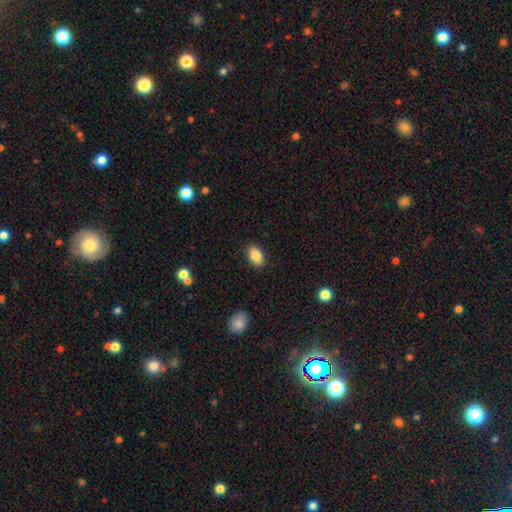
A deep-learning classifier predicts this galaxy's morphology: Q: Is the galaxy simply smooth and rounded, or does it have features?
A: smooth — 84%.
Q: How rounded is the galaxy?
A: in between — 88%.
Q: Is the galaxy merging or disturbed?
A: none — 88%.